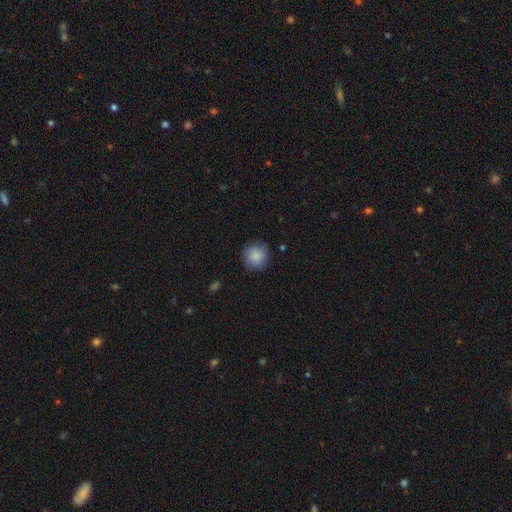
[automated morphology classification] smooth_or_featured: smooth (p=0.87) [alt: star or artifact p=0.08]
how_rounded: round (p=0.91) [alt: in between p=0.08]
merging: none (p=0.84) [alt: minor disturbance p=0.12]